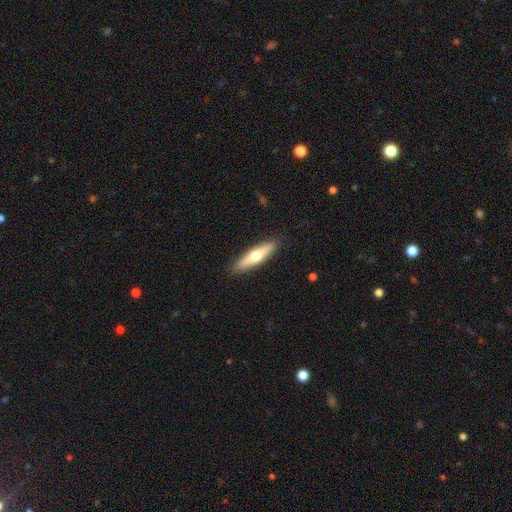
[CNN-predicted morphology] A smooth galaxy with no disk features (55%) that is cigar-shaped (76%).

Vote fractions:
- Smooth or featured? smooth: 55% / featured or disk: 40% / star or artifact: 5%
- How rounded? cigar-shaped: 76% / in between: 22% / round: 2%
- Merging? none: 90% / minor disturbance: 7% / major disturbance: 2% / merger: 1%